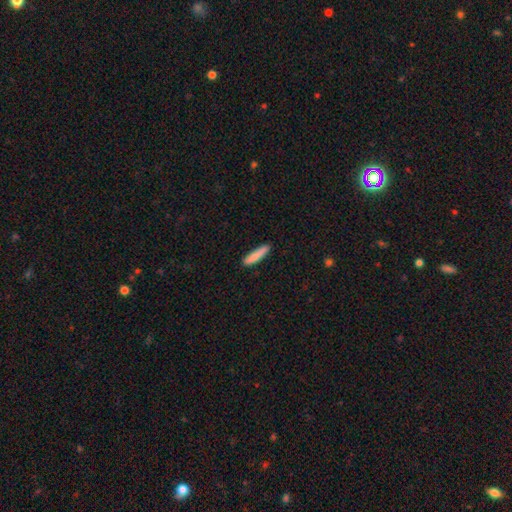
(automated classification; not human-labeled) smooth-or-featured: smooth: 85% | featured or disk: 9% | star or artifact: 6%
  how-rounded: cigar-shaped: 87% | in between: 11% | round: 1%
  merging: none: 88% | minor disturbance: 9% | major disturbance: 2% | merger: 1%